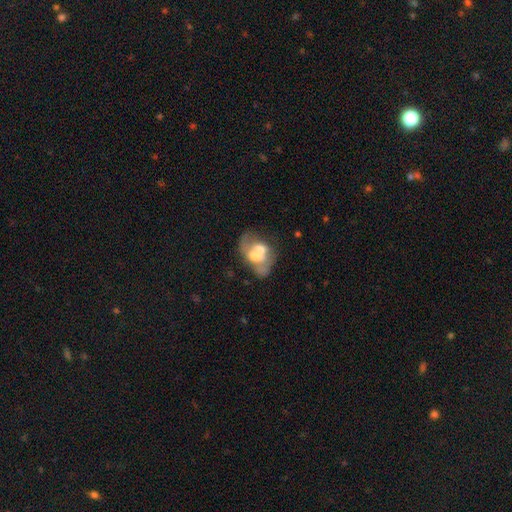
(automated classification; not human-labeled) This appears to be a featured or disk galaxy (53%) with no bar (83%), no spiral arms (75%) and a moderate central bulge (53%). Merging: merger (58%).